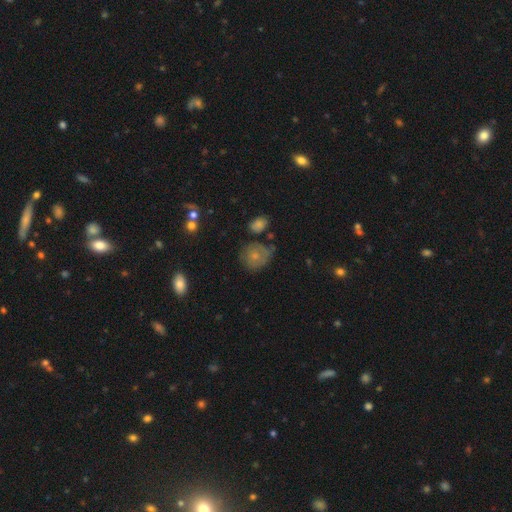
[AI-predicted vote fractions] smooth 63%, featured or disk 26%, star or artifact 11%. Down the decision tree: how rounded — round (74%); merging — none (55%).